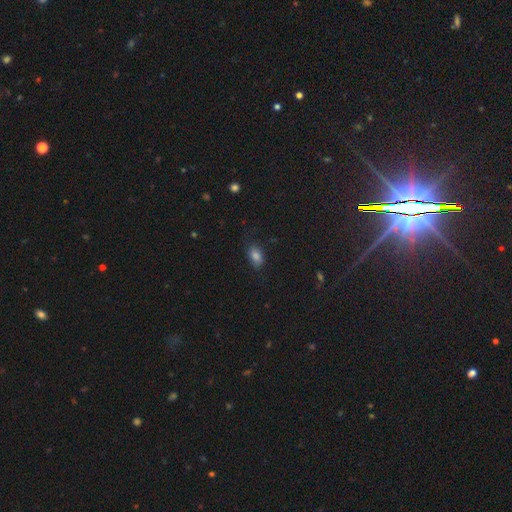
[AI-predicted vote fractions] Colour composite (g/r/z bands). It shows a smooth galaxy with no disk features (81%) that is in between round and cigar-shaped (86%). Merging: none (72%).